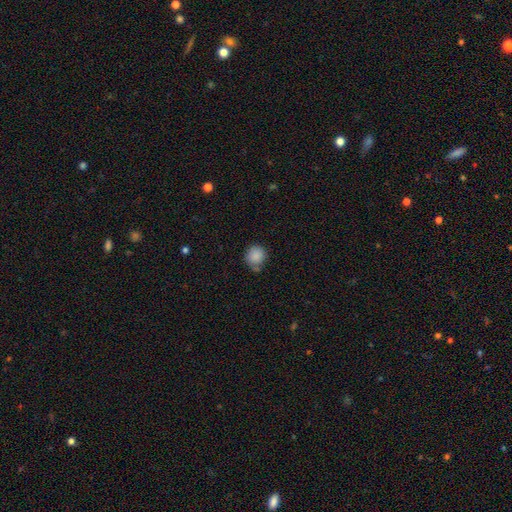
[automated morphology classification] Smooth or featured? Predicted: smooth (p=0.86). How rounded? Predicted: round (p=0.88). Merging? Predicted: none (p=0.66).